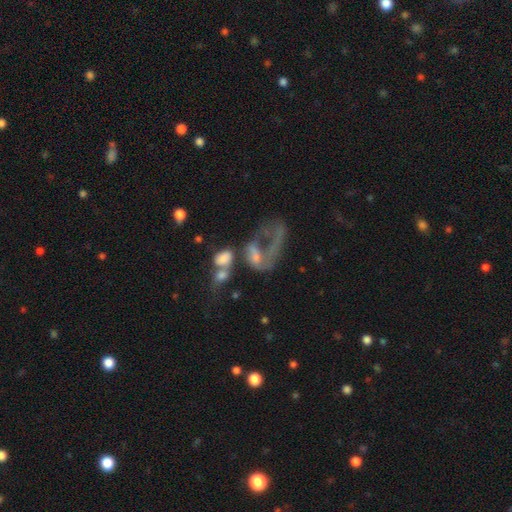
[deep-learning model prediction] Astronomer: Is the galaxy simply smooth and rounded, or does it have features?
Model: featured or disk — 51% (runner-up: smooth, 36%).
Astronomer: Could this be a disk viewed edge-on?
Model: no — 96%.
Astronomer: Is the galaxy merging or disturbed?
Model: major disturbance — 43% (runner-up: merger, 38%).